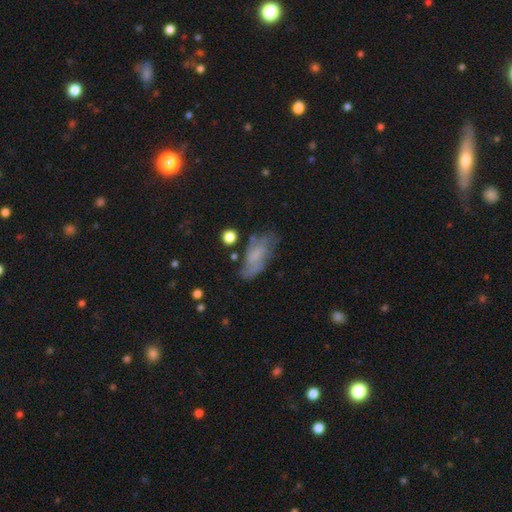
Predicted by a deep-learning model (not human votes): Smooth or featured? Predicted: featured or disk (p=0.51). Edge-on disk? Predicted: no (p=0.92). Merging? Predicted: none (p=0.58).